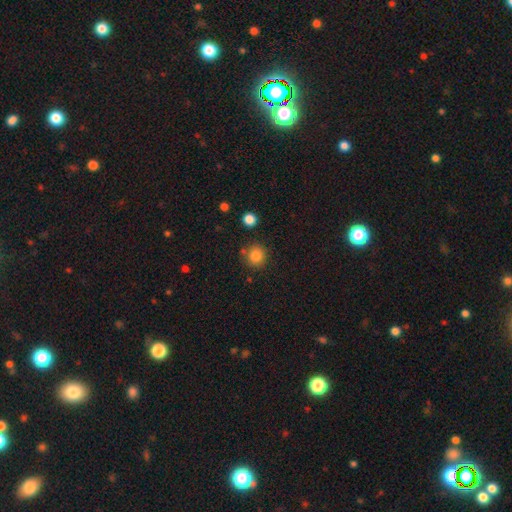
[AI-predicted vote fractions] The model was most divided on "merging": none: 80%, minor disturbance: 10%, merger: 6%, major disturbance: 3%. More confident: how rounded — round (90%); smooth or featured — smooth (84%).